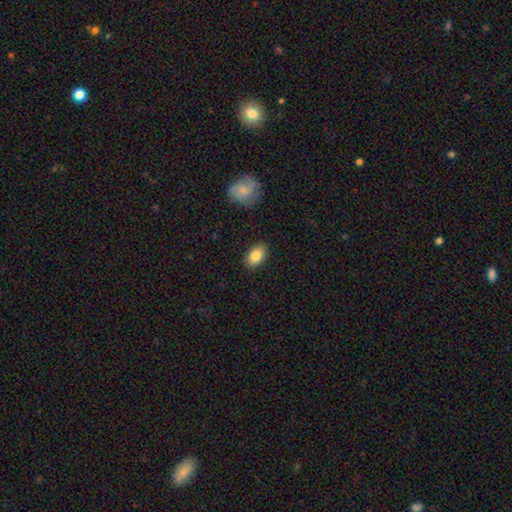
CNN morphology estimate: type=smooth (84%); roundness=in between (90%); merging=none (87%).